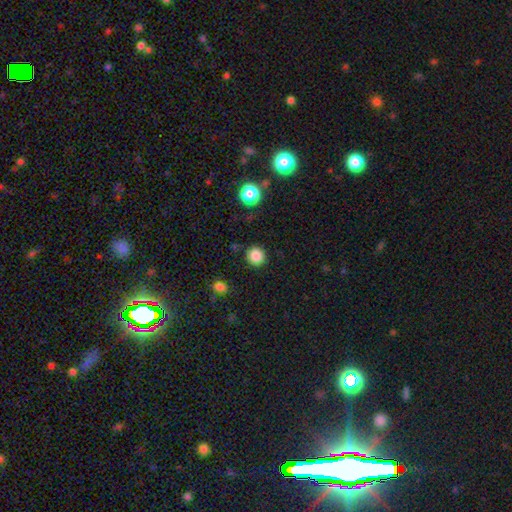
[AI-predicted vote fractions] A smooth galaxy with no disk features (86%) that is round (90%).

Vote fractions:
- Smooth or featured? smooth: 86% / star or artifact: 11% / featured or disk: 4%
- How rounded? round: 90% / in between: 9% / cigar-shaped: 1%
- Merging? none: 89% / minor disturbance: 7% / major disturbance: 2% / merger: 2%